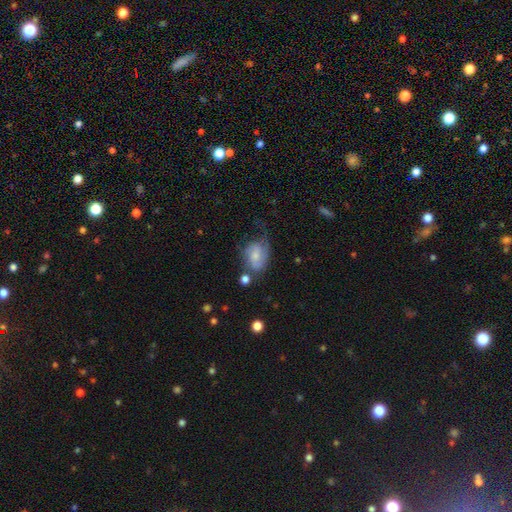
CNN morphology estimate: This appears to be a featured or disk galaxy (54%) with no bar (53%), spiral arms (85%) and a small central bulge (52%). Merging: none (38%).